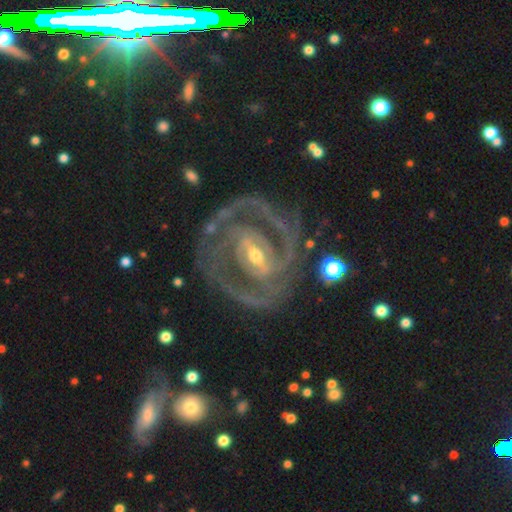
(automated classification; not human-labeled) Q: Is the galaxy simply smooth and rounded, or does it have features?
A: featured or disk — 93%.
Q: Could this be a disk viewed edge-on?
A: no — 97%.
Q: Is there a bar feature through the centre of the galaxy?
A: strong — 53%.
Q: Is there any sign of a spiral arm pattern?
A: yes — 97%.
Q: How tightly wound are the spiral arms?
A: tight — 53%.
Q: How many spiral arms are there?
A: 2 — 53%.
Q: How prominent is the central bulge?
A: moderate — 50%.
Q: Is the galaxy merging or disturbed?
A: none — 71%.